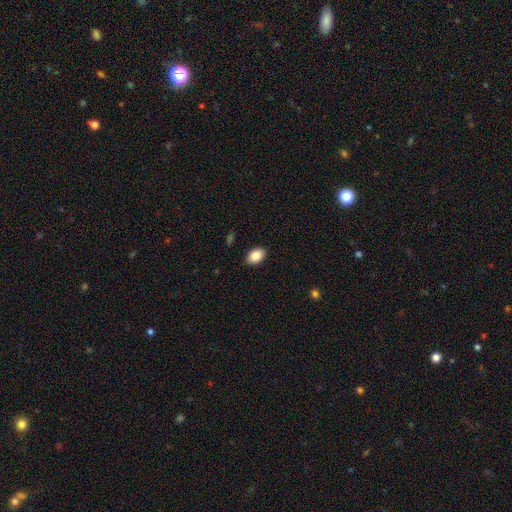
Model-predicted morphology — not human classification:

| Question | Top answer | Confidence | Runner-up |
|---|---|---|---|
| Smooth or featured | smooth | 88% | star or artifact (7%) |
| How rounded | in between | 87% | round (12%) |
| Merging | none | 88% | minor disturbance (8%) |